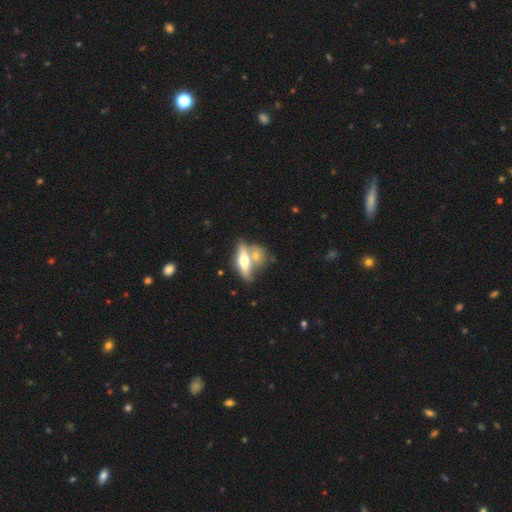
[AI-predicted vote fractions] Smooth or featured: smooth — 47% (tied with featured or disk — 47%)
Merging: merger — 43% (none — 42%)